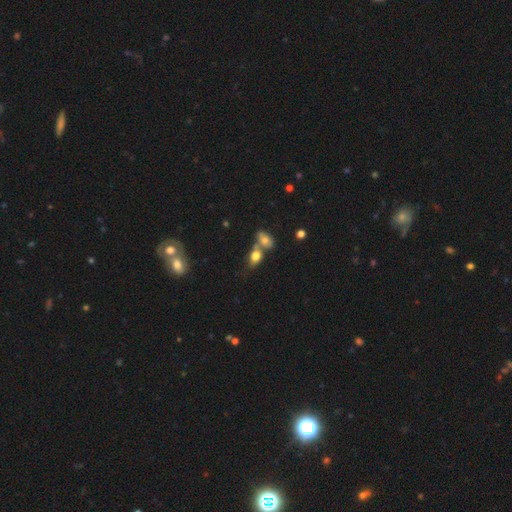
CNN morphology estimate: Overall: smooth (75%). How rounded: in between (80%). Merging: merger (43%; none 40%).